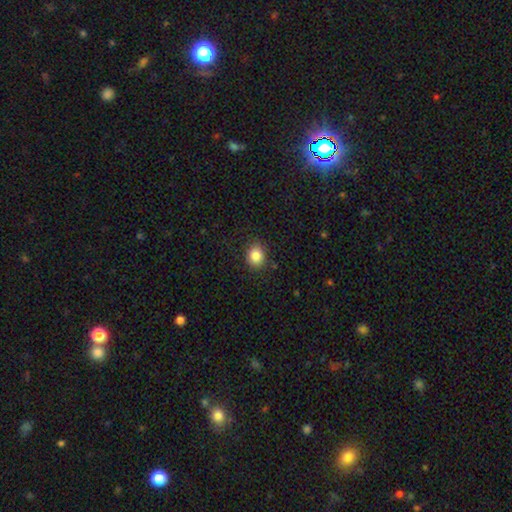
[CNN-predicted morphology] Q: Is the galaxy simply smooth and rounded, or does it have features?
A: smooth — 84%.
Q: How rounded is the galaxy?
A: round — 68%.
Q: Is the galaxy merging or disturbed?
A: none — 86%.